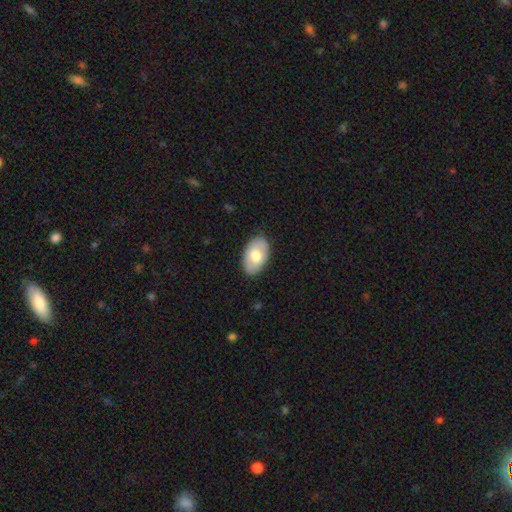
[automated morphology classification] Smooth or featured? Predicted: smooth (p=0.68). How rounded? Predicted: in between (p=0.93). Merging? Predicted: none (p=0.85).